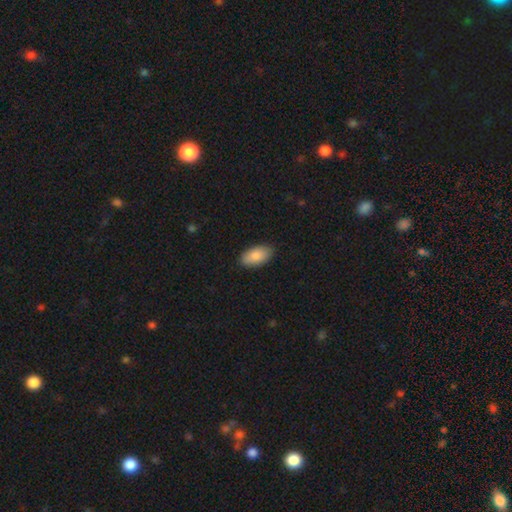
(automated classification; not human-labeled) The model was most divided on "merging": none: 87%, minor disturbance: 10%, major disturbance: 2%, merger: 1%. More confident: how rounded — in between (95%); smooth or featured — smooth (86%).